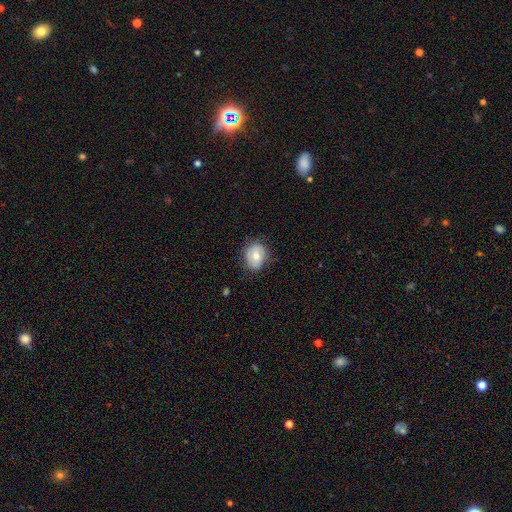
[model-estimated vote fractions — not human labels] The model was most divided on "how rounded": in between: 50%, round: 49%, cigar-shaped: 1%. More confident: merging — none (73%); smooth or featured — smooth (69%).